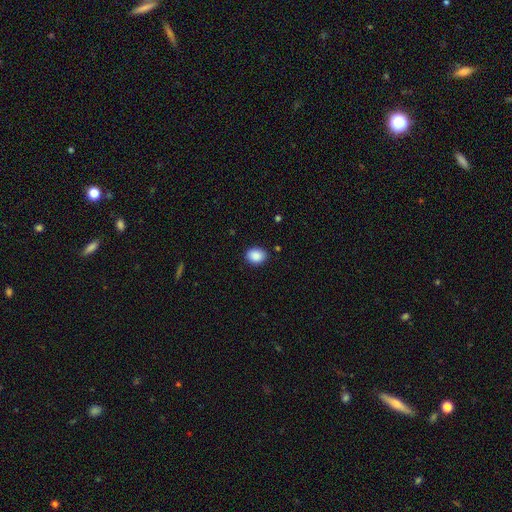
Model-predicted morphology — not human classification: Overall: smooth (89%). How rounded: in between (51%; round 48%). Merging: none (88%).